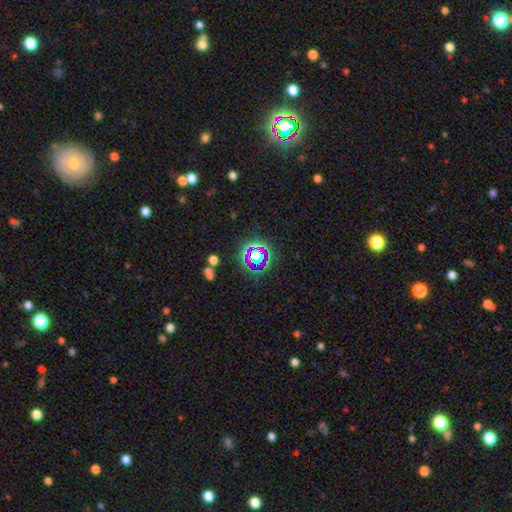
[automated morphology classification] smooth_or_featured: star or artifact (p=0.62) [alt: smooth p=0.24]